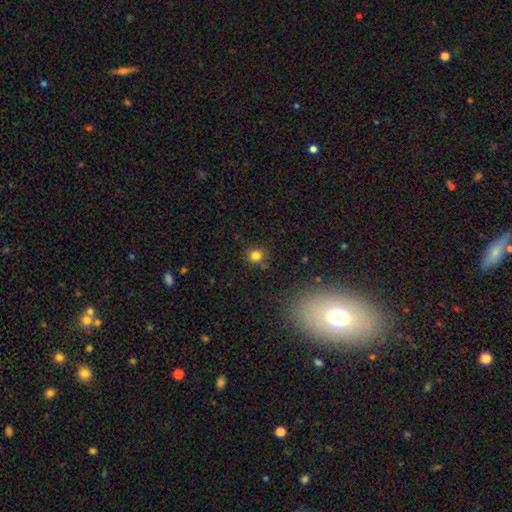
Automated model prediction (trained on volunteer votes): This appears to be a smooth galaxy with no disk features (80%) that is round (89%). Merging: none (82%).